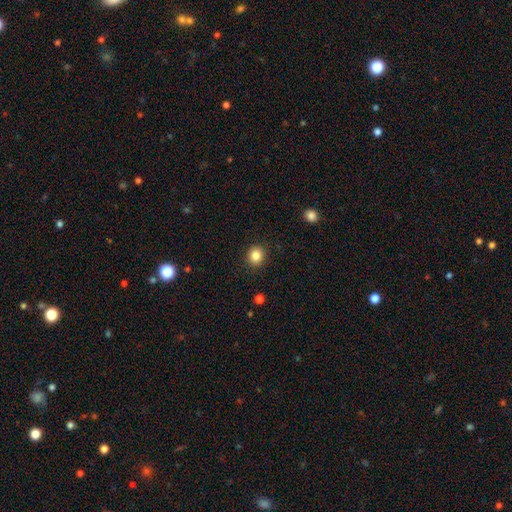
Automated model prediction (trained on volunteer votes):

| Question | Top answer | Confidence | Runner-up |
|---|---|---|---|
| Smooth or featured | smooth | 85% | star or artifact (11%) |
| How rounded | round | 85% | in between (14%) |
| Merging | none | 91% | minor disturbance (6%) |